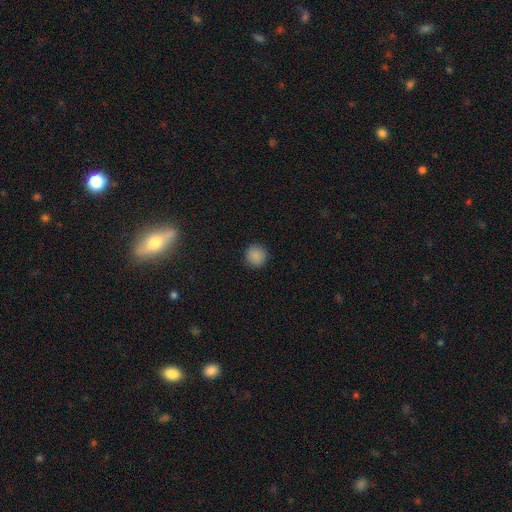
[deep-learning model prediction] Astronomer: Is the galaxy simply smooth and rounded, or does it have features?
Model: smooth — 87%.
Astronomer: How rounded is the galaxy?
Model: round — 95%.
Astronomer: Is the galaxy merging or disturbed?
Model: none — 92%.